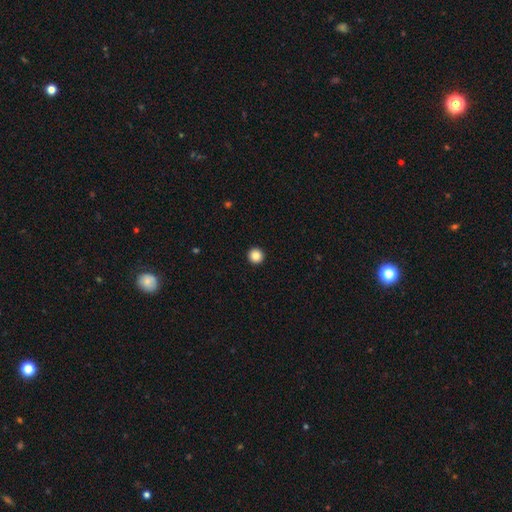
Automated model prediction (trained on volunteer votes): Smooth or featured? smooth (87%)
How rounded? round (96%)
Merging? none (94%)